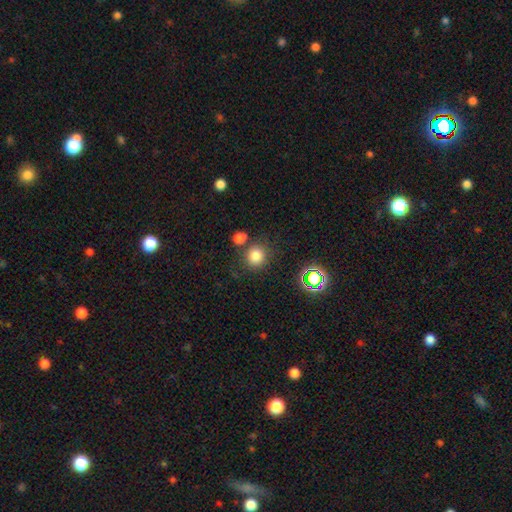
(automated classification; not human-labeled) Overall: smooth (79%). How rounded: round (88%). Merging: none (74%).